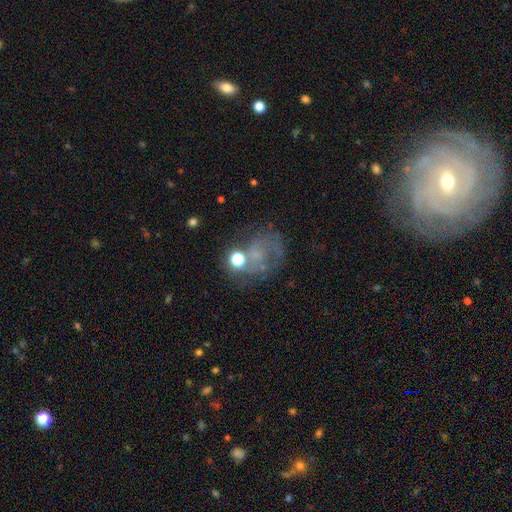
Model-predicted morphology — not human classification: Q: Smooth or featured?
A: featured or disk (41%); runner-up: smooth (33%)
Q: Merging?
A: none (40%); runner-up: major disturbance (31%)